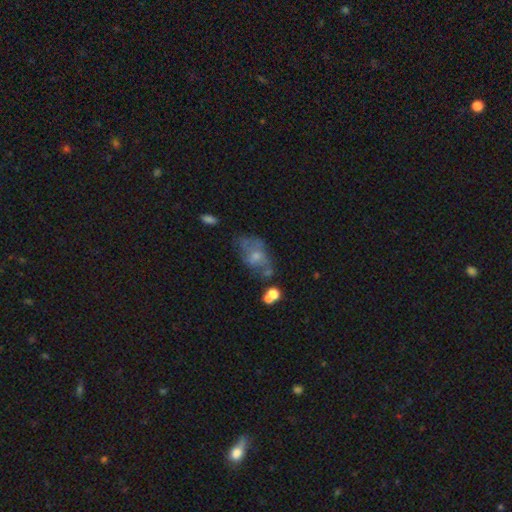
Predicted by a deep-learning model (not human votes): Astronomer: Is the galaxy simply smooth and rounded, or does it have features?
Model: featured or disk — 46% (runner-up: smooth, 43%).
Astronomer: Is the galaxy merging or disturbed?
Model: none — 33% (runner-up: major disturbance, 29%).